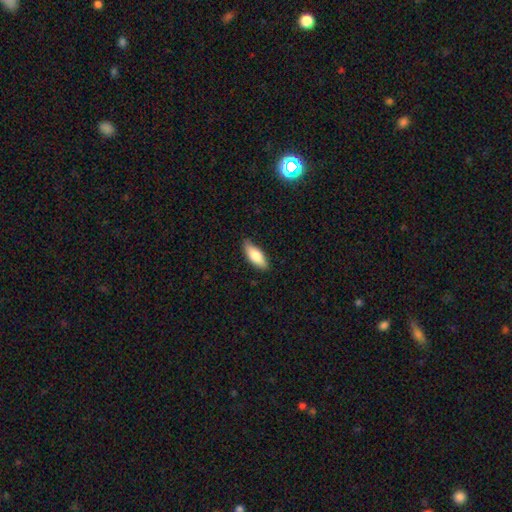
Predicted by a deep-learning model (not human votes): Smooth or featured? smooth (78%)
How rounded? in between (76%)
Merging? none (80%)